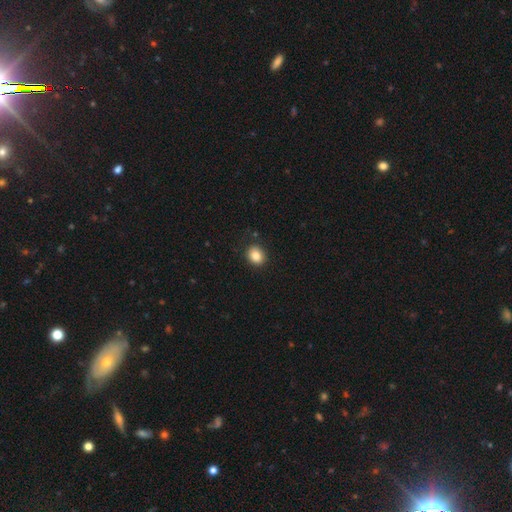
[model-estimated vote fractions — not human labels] Smooth or featured: smooth — 84% (star or artifact — 10%)
How rounded: round — 67% (in between — 32%)
Merging: none — 88% (minor disturbance — 8%)